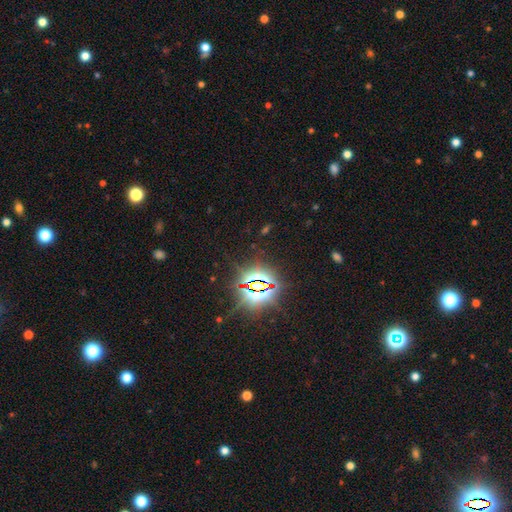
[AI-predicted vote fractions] Smooth or featured? star or artifact (82%)